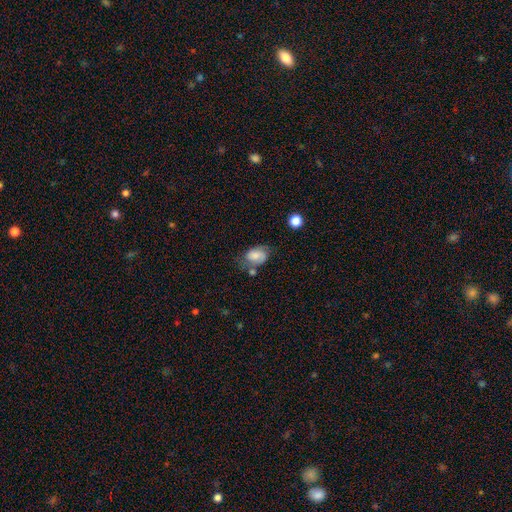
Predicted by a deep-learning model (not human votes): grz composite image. It shows a smooth galaxy with no disk features (60%) that is in between round and cigar-shaped (82%). Merging: none (51%).